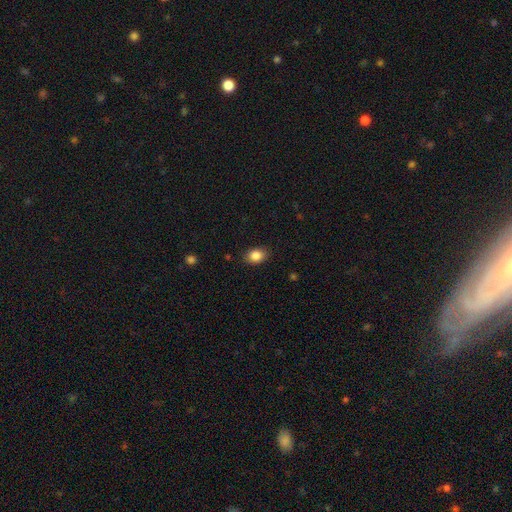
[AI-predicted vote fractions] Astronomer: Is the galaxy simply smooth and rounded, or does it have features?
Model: smooth — 85%.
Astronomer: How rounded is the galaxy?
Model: in between — 76%.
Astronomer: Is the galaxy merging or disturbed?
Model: none — 86%.